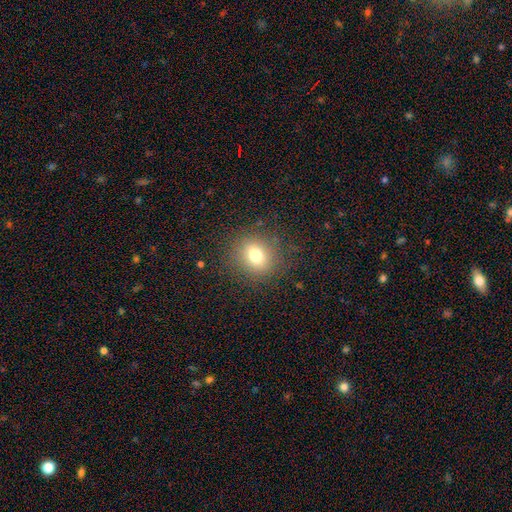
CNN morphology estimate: smooth_or_featured: smooth (p=0.75) [alt: star or artifact p=0.13]
how_rounded: round (p=0.70) [alt: in between p=0.28]
merging: none (p=0.85) [alt: minor disturbance p=0.09]